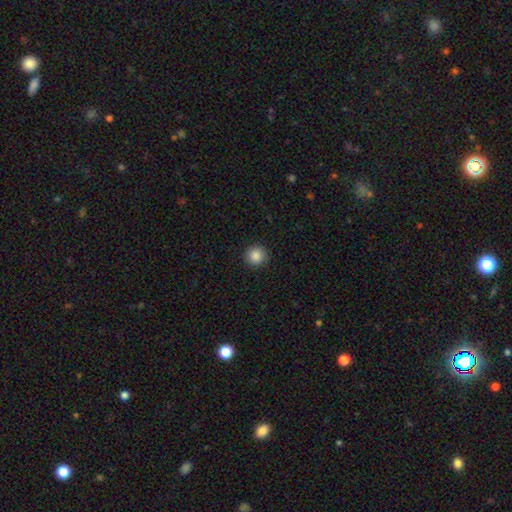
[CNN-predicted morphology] Smooth or featured?
  - smooth: 87% *
  - star or artifact: 9%
  - featured or disk: 3%
How rounded?
  - round: 94% *
  - in between: 5%
  - cigar-shaped: 1%
Merging?
  - none: 92% *
  - minor disturbance: 5%
  - major disturbance: 2%
  - merger: 1%